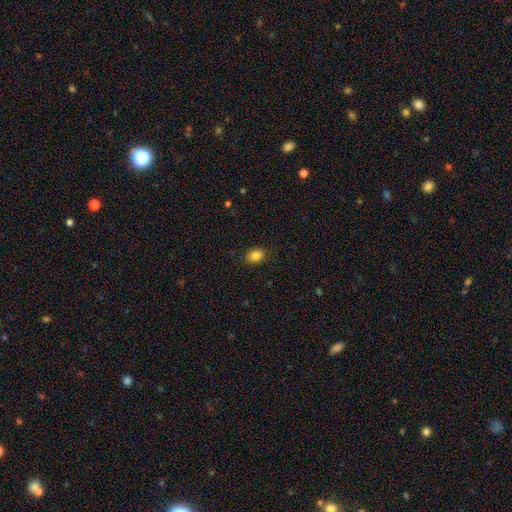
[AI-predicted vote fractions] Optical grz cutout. It shows a smooth galaxy with no disk features (85%) that is in between round and cigar-shaped (55%). Merging: none (88%).